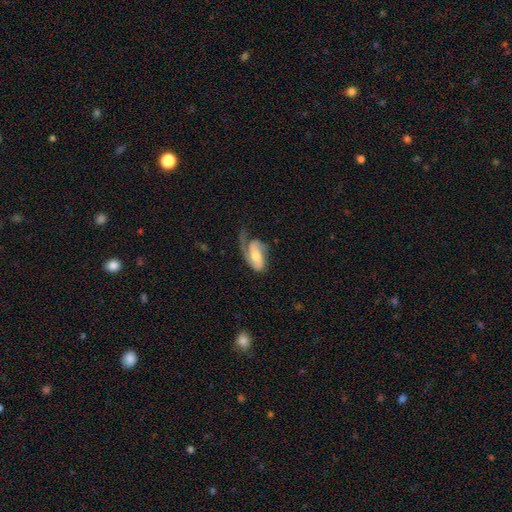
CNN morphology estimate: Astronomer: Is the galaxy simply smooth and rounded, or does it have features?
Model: featured or disk — 73%.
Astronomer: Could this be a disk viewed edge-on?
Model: no — 96%.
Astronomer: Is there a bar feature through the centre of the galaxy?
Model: no — 50% (runner-up: weak, 34%).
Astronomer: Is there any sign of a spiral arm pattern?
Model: yes — 91%.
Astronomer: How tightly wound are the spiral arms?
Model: medium — 39% (runner-up: loose, 33%).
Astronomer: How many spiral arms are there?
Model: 1 — 46% (runner-up: 2, 44%).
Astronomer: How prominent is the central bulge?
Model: moderate — 58%.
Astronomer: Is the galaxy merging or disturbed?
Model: none — 37% (runner-up: major disturbance, 36%).